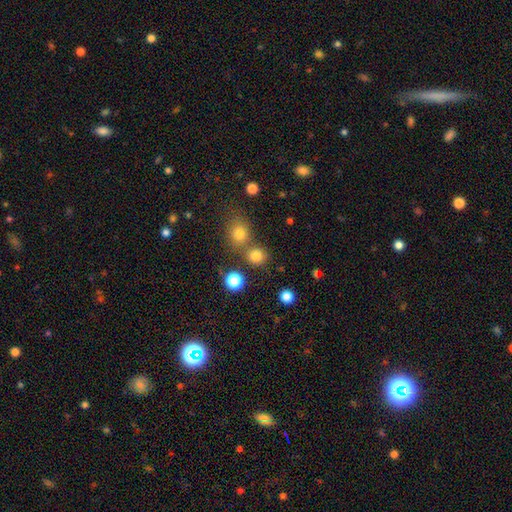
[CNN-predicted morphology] This appears to be a smooth galaxy with no disk features (79%) that is round (85%). Merging: none (67%).